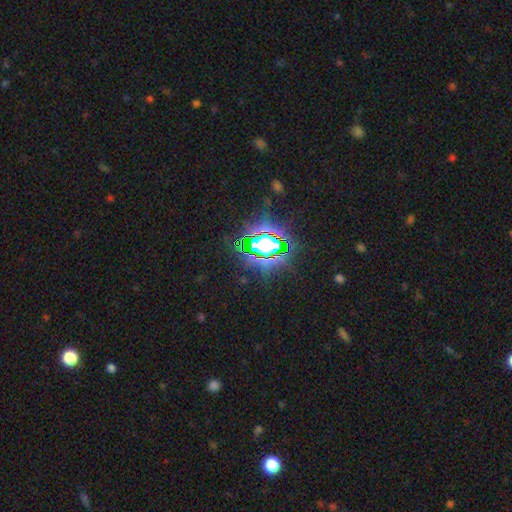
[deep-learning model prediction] Smooth or featured: star or artifact — 79% (smooth — 12%)